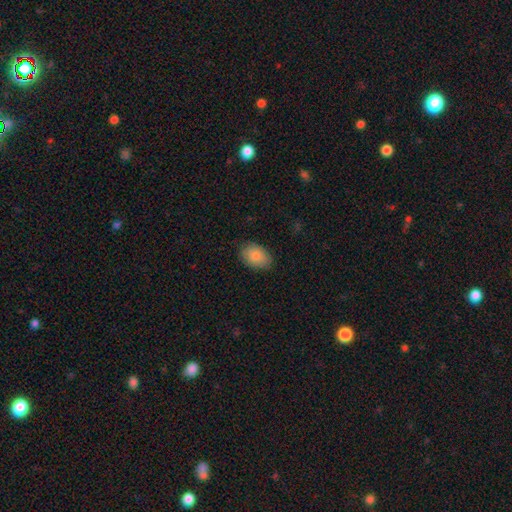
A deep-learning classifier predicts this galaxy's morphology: This is clearly a smooth galaxy (85%). How rounded: clearly in between (82%). Merging: clearly none (85%).